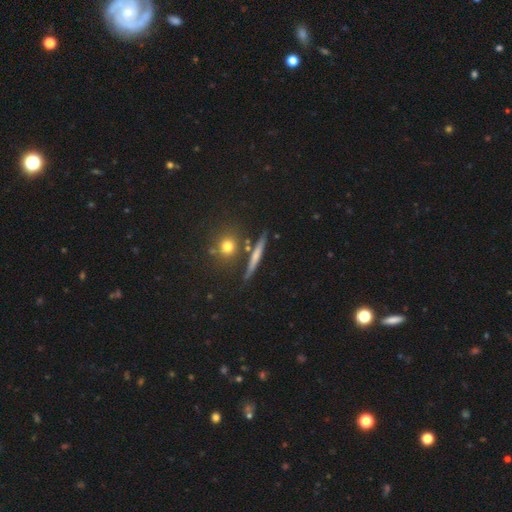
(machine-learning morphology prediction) Smooth or featured: smooth — 53% (featured or disk — 37%)
How rounded: cigar-shaped — 80% (round — 12%)
Merging: none — 82% (minor disturbance — 10%)